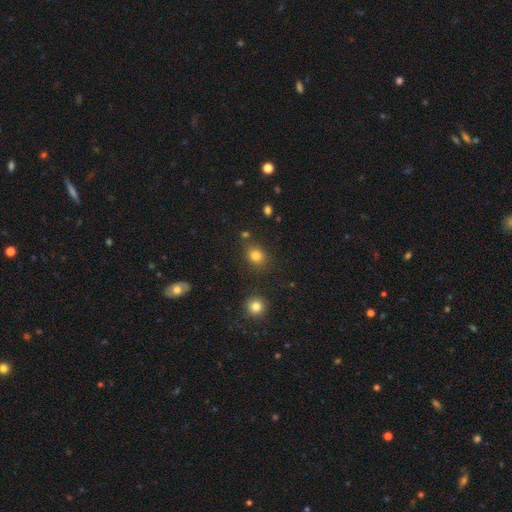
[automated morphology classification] smooth_or_featured: smooth (p=0.80) [alt: star or artifact p=0.14]
how_rounded: round (p=0.65) [alt: in between p=0.34]
merging: none (p=0.80) [alt: minor disturbance p=0.11]